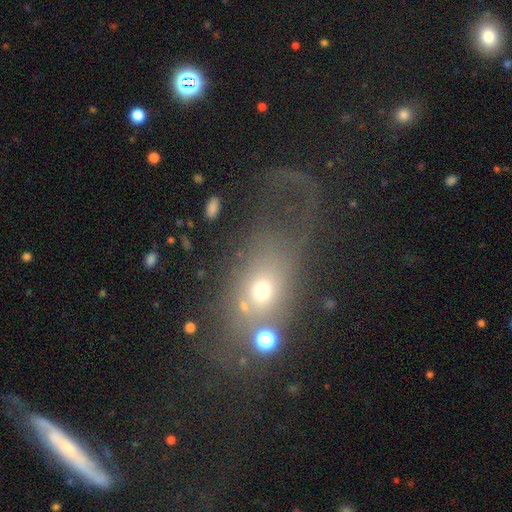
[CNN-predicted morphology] Q: Smooth or featured?
A: smooth (42%); runner-up: featured or disk (36%)
Q: Merging?
A: none (39%); runner-up: major disturbance (29%)